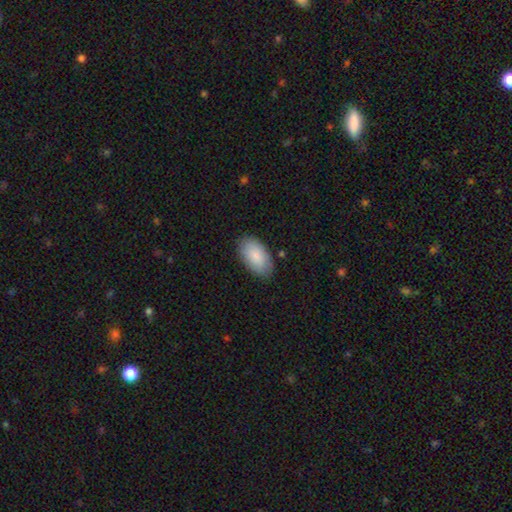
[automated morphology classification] Smooth or featured: smooth — 84% (featured or disk — 10%)
How rounded: in between — 95% (round — 3%)
Merging: none — 84% (minor disturbance — 12%)